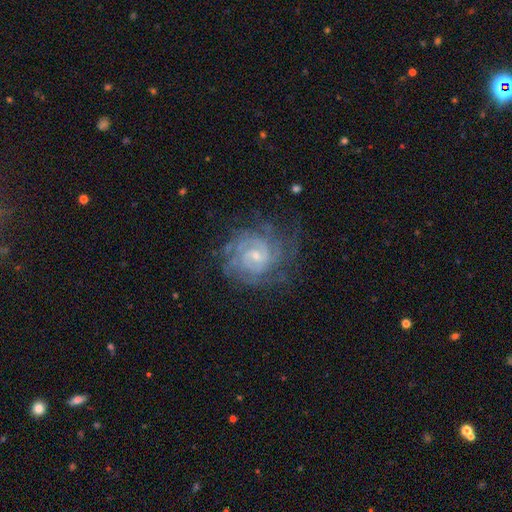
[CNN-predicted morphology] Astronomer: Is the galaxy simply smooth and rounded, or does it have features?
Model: featured or disk — 85%.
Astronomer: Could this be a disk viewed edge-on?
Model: no — 98%.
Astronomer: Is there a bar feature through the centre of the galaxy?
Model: no — 49% (runner-up: weak, 43%).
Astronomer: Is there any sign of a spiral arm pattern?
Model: yes — 96%.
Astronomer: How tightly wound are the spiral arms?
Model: tight — 73%.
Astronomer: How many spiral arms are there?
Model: can't tell — 35% (runner-up: 2, 27%).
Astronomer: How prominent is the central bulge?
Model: small — 69%.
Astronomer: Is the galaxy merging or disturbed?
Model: none — 69%.